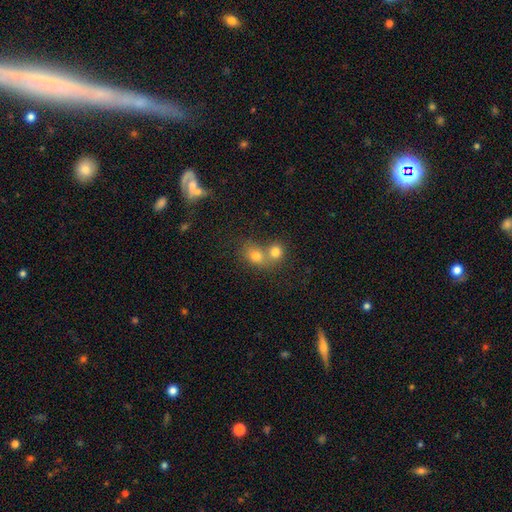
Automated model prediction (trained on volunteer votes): Morphology: type=smooth (76%); roundness=round (57%); merging=merger (59%).